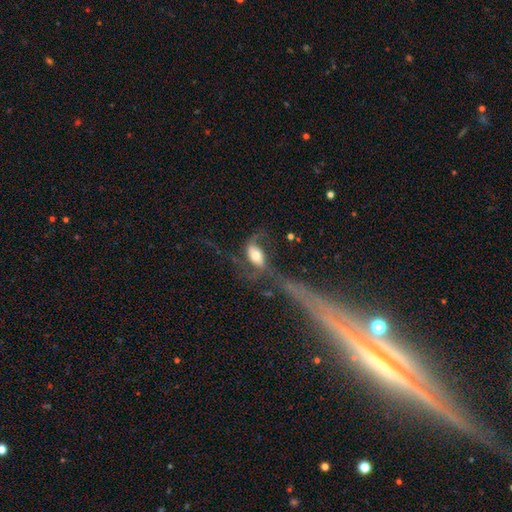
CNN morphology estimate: smooth_or_featured: featured or disk (p=0.56) [alt: smooth p=0.35]
disk_edge_on: no (p=0.91) [alt: yes p=0.09]
bar: no (p=0.53) [alt: weak p=0.30]
has_spiral_arms: yes (p=0.75) [alt: no p=0.25]
bulge_size: moderate (p=0.58) [alt: large p=0.24]
merging: major disturbance (p=0.42) [alt: none p=0.25]